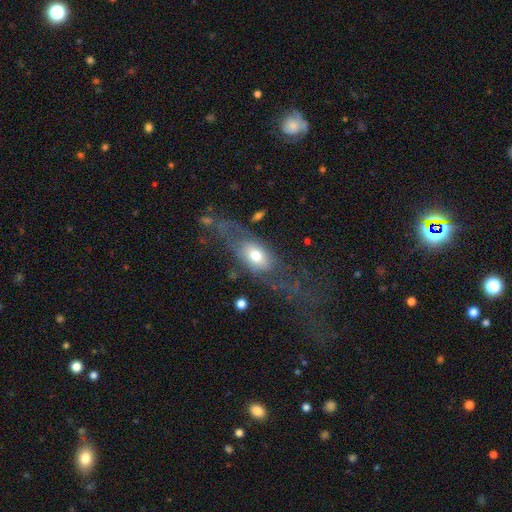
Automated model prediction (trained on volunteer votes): Smooth or featured? Predicted: smooth (p=0.55). How rounded? Predicted: in between (p=0.80). Merging? Predicted: none (p=0.40).